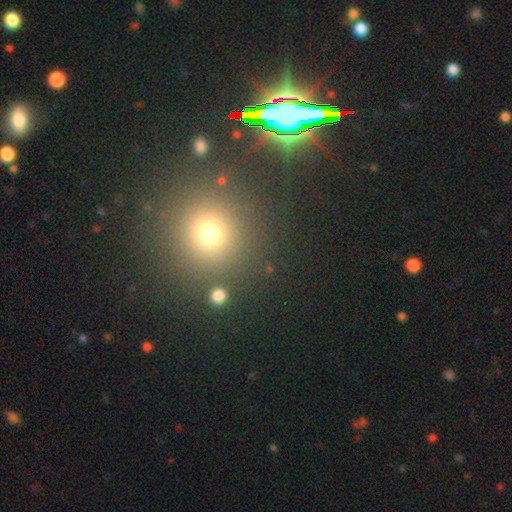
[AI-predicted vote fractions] This appears to be a smooth galaxy with no disk features (46%, tied with star or artifact). Merging: none (88%).